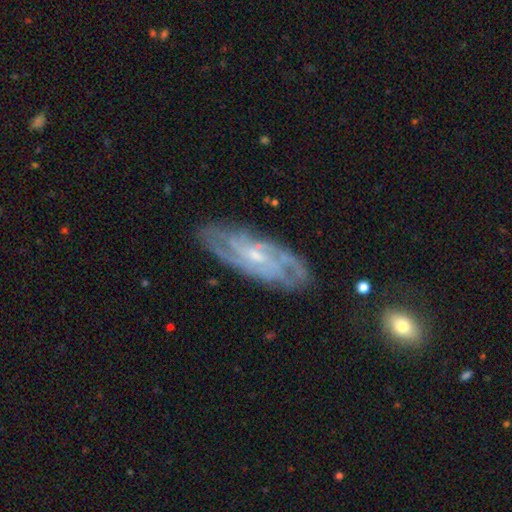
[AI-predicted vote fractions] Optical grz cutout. It shows a featured or disk galaxy (84%) with no bar (45%), tight (56%) spiral arms (95%) and a small central bulge (63%). Merging: none (78%).